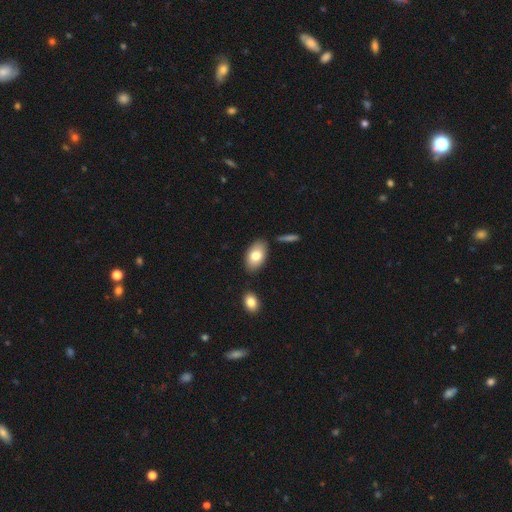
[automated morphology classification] type=smooth (78%); roundness=in between (93%); merging=none (80%).